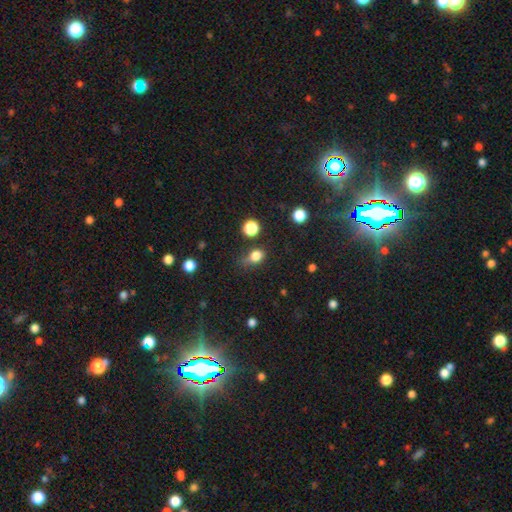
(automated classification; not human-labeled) Smooth or featured?
  - smooth: 80% *
  - star or artifact: 14%
  - featured or disk: 6%
How rounded?
  - round: 51% *
  - in between: 47%
  - cigar-shaped: 2%
Merging?
  - none: 56% *
  - minor disturbance: 27%
  - major disturbance: 10%
  - merger: 6%